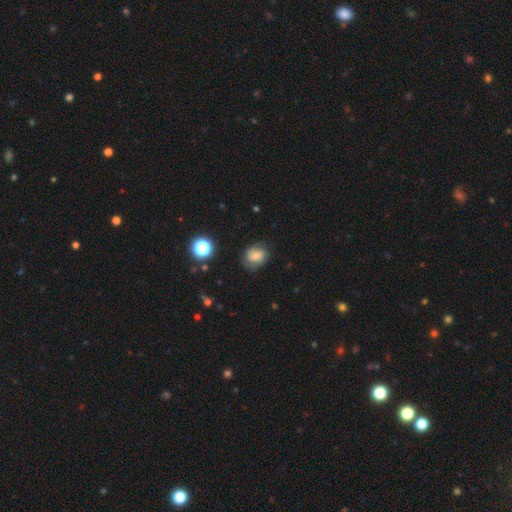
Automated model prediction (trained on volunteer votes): The model was most divided on "how rounded": round: 59%, in between: 40%, cigar-shaped: 1%. More confident: merging — none (69%); smooth or featured — smooth (63%).